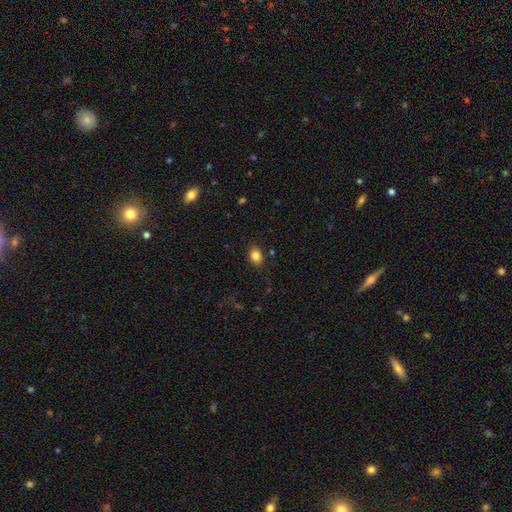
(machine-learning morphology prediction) A smooth galaxy with no disk features (85%) that is in between round and cigar-shaped (66%). Merging: none (85%).